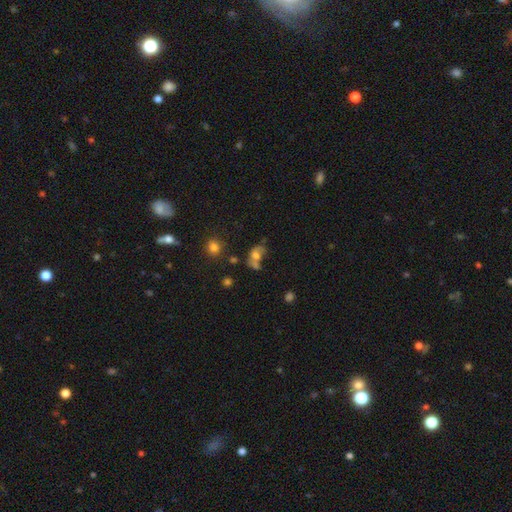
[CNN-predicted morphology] Overall: smooth (57%; featured or disk 28%). How rounded: in between (70%). Merging: merger (36%; none 29%).